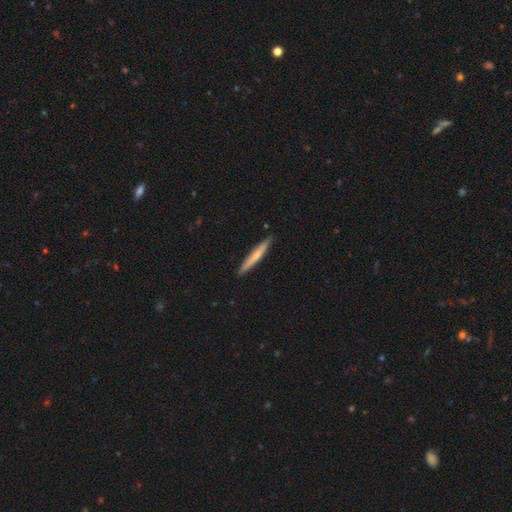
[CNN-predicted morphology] Smooth or featured: smooth — 58% (featured or disk — 36%)
How rounded: cigar-shaped — 96% (in between — 3%)
Merging: none — 90% (minor disturbance — 7%)